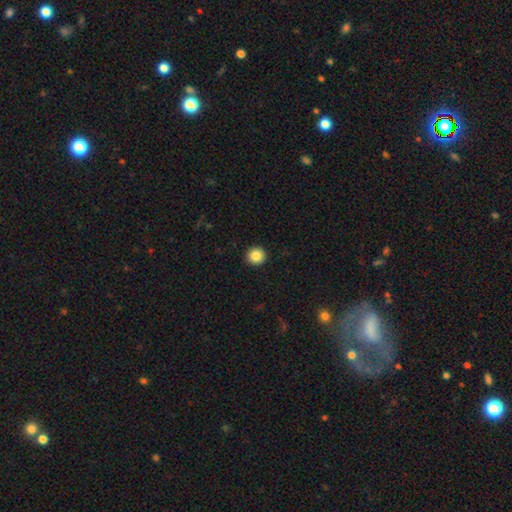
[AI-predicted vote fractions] A smooth galaxy with no disk features (86%) that is round (95%). Merging: none (94%).